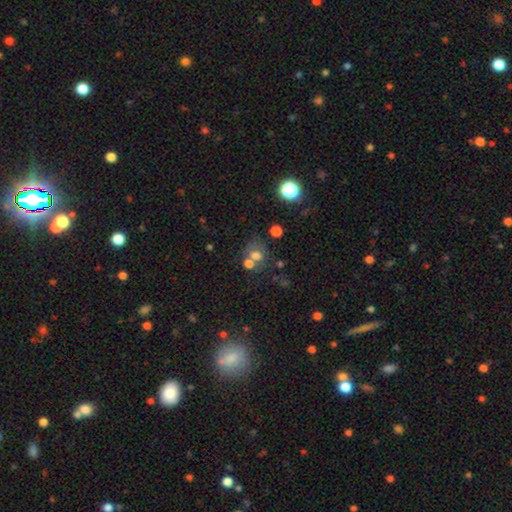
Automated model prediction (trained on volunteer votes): Smooth or featured? Predicted: smooth (p=0.64). How rounded? Predicted: round (p=0.61). Merging? Predicted: none (p=0.40, tied with merger).